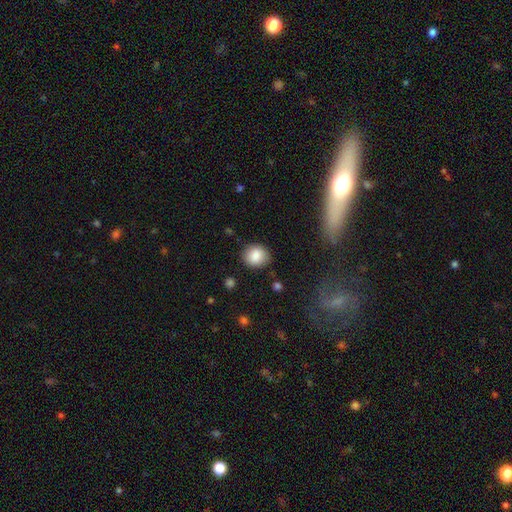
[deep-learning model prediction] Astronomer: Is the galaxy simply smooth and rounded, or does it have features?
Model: smooth — 86%.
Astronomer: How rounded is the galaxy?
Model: round — 76%.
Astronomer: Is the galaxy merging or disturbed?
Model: none — 85%.